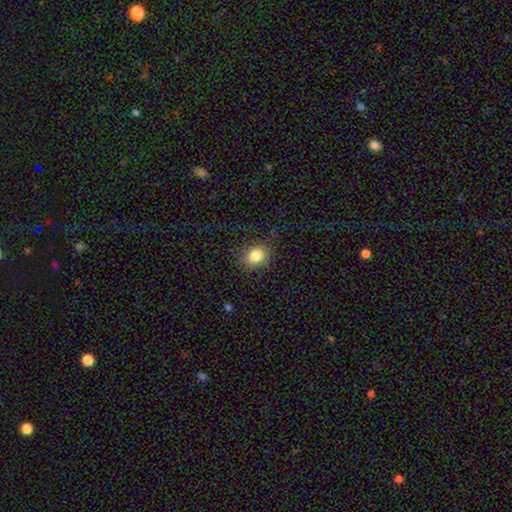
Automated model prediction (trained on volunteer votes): The model was most divided on "how rounded": round: 55%, in between: 44%, cigar-shaped: 1%. More confident: smooth or featured — smooth (83%); merging — none (79%).